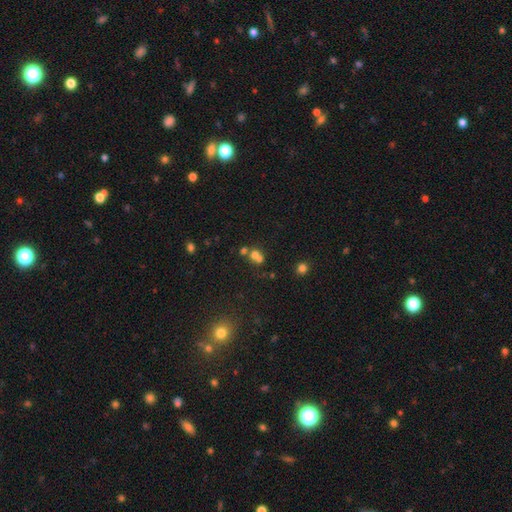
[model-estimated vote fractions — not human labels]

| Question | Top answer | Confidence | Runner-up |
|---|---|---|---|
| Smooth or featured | smooth | 62% | featured or disk (19%) |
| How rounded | round | 66% | in between (33%) |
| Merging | merger | 59% | none (30%) |